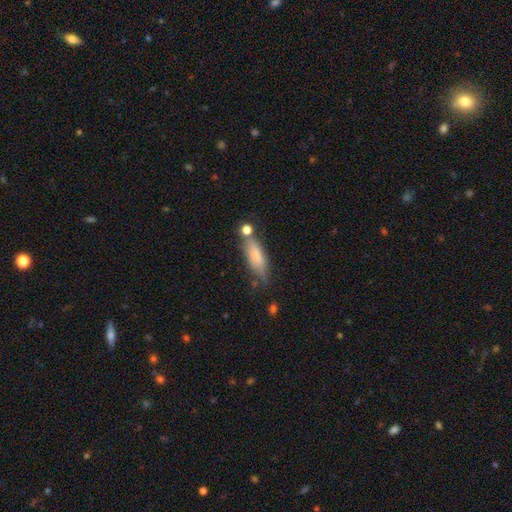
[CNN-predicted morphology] smooth 71%, featured or disk 21%, star or artifact 8%. Down the decision tree: how rounded — cigar-shaped (53%); merging — none (55%).